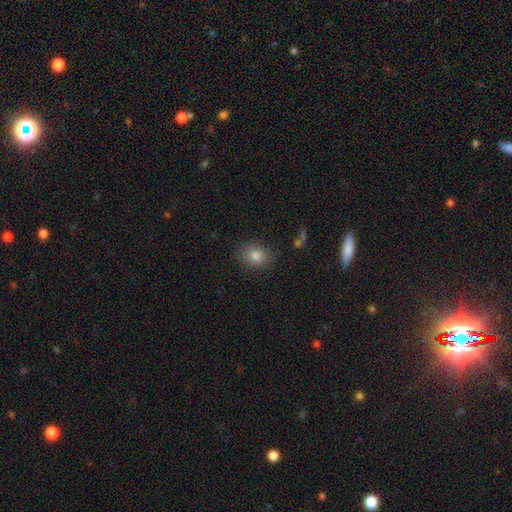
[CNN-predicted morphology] smooth 81%, star or artifact 11%, featured or disk 8%. Down the decision tree: how rounded — round (53%); merging — none (83%).